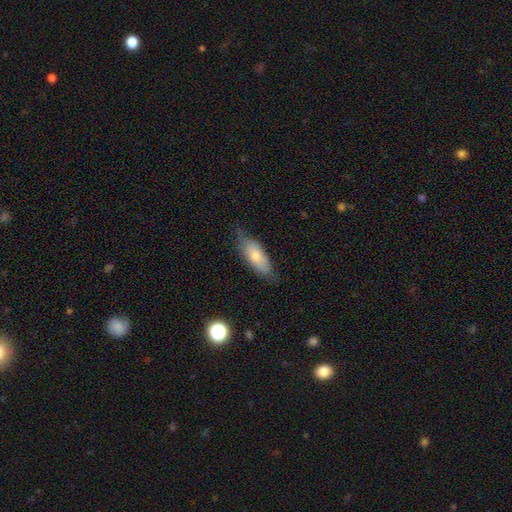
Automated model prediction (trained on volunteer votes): A smooth galaxy with no disk features (73%) that is in between round and cigar-shaped (75%).

Vote fractions:
- Smooth or featured? smooth: 73% / featured or disk: 20% / star or artifact: 6%
- How rounded? in between: 75% / cigar-shaped: 23% / round: 2%
- Merging? none: 68% / minor disturbance: 25% / major disturbance: 5% / merger: 1%